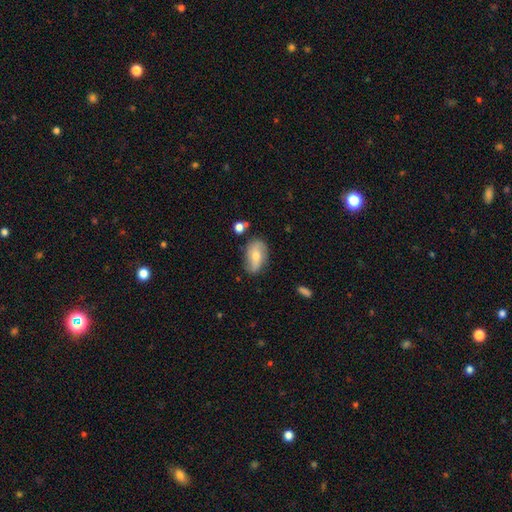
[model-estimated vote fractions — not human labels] Q: Smooth or featured?
A: smooth (47%); runner-up: featured or disk (46%)
Q: Merging?
A: none (72%); runner-up: minor disturbance (20%)